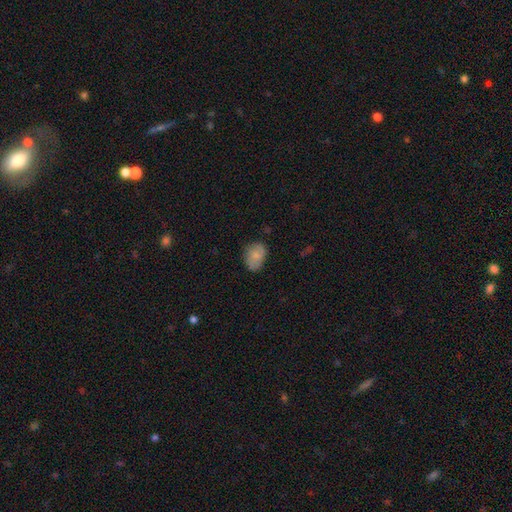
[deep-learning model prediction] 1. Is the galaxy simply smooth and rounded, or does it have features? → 80% smooth, 12% featured or disk, 8% star or artifact.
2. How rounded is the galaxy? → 77% in between, 22% round, 1% cigar-shaped.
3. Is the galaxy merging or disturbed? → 63% none, 28% minor disturbance, 7% major disturbance, 2% merger.